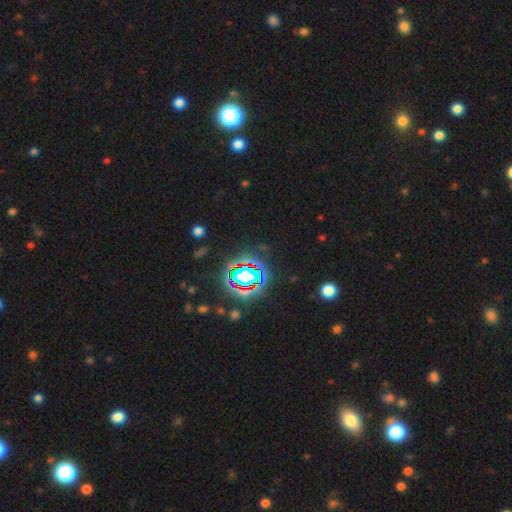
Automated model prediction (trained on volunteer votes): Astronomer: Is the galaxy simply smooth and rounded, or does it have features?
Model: star or artifact — 79%.